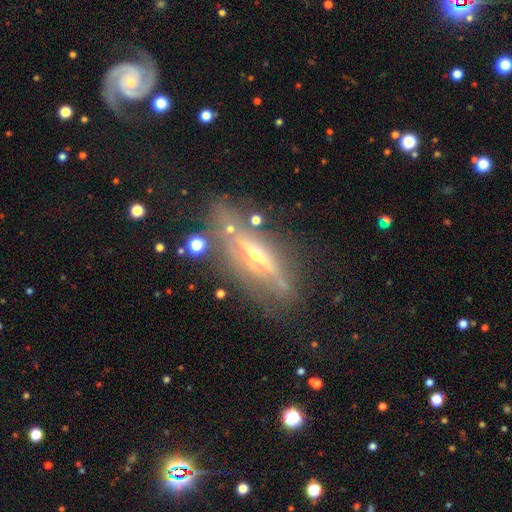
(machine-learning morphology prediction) Smooth or featured? Predicted: featured or disk (p=0.79). Edge-on disk? Predicted: yes (p=0.86). Edge-on bulge? Predicted: rounded (p=0.85). Merging? Predicted: none (p=0.71).